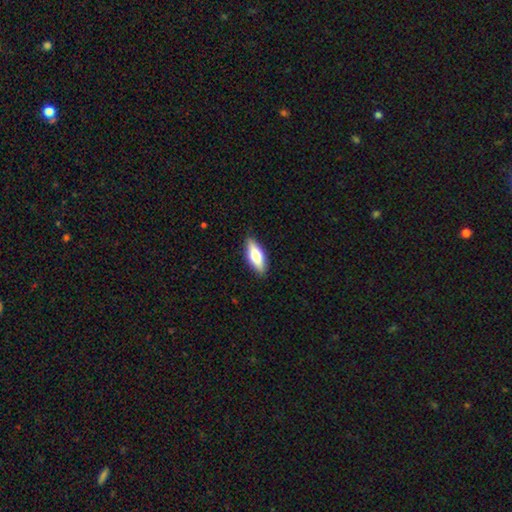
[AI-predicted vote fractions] This appears to be a smooth galaxy with no disk features (58%) that is in between round and cigar-shaped (65%). Merging: none (88%).